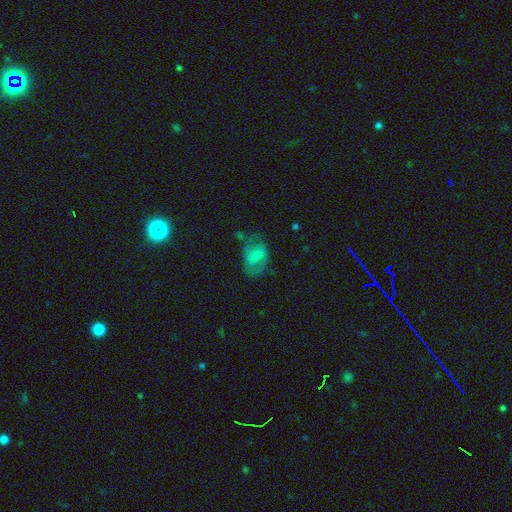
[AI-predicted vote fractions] smooth-or-featured: smooth: 53% | featured or disk: 37% | star or artifact: 9%
  how-rounded: in between: 78% | round: 21% | cigar-shaped: 2%
  merging: none: 41% | minor disturbance: 28% | major disturbance: 27% | merger: 4%